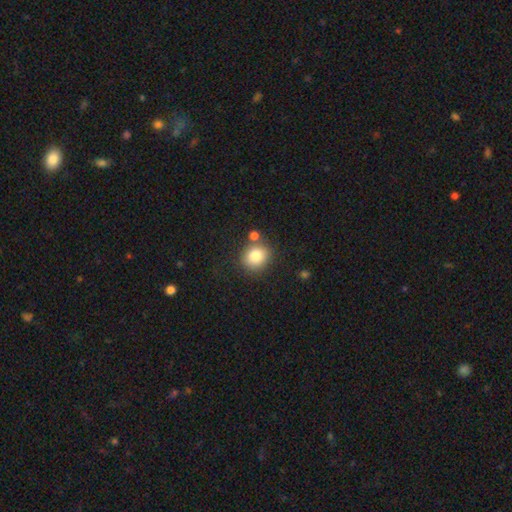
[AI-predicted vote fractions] A smooth galaxy with no disk features (84%) that is round (76%). Merging: none (73%).